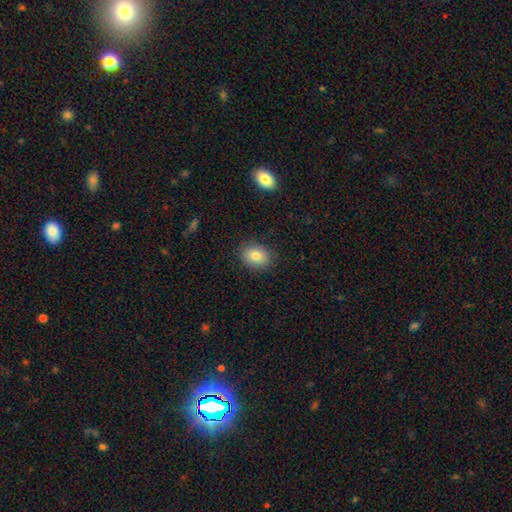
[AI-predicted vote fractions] smooth 83%, star or artifact 9%, featured or disk 8%. Down the decision tree: how rounded — in between (60%); merging — none (86%).